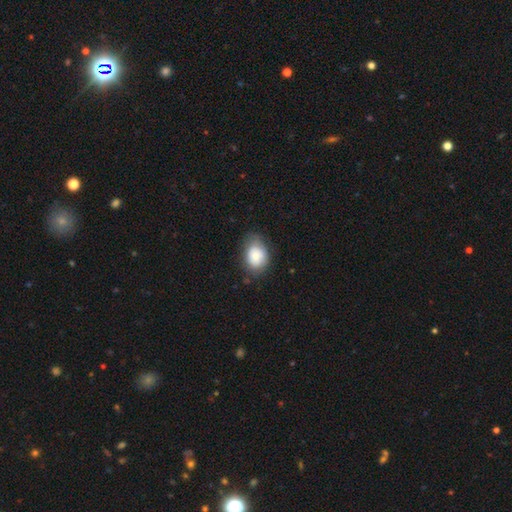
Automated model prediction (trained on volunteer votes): A smooth galaxy with no disk features (77%) that is in between round and cigar-shaped (70%). Merging: none (64%).